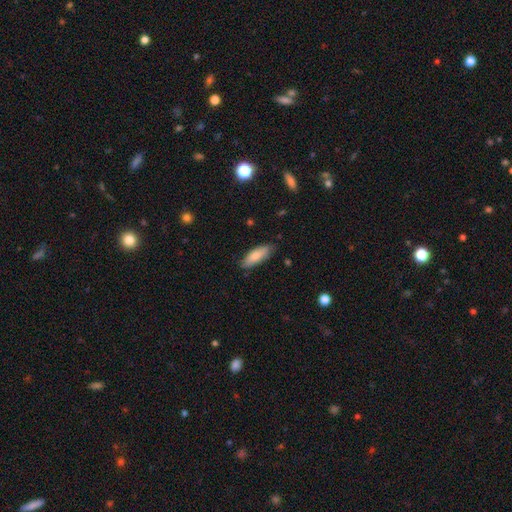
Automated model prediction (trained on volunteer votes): This is clearly a smooth galaxy (81%). How rounded: likely in between (67%). Merging: clearly none (80%).